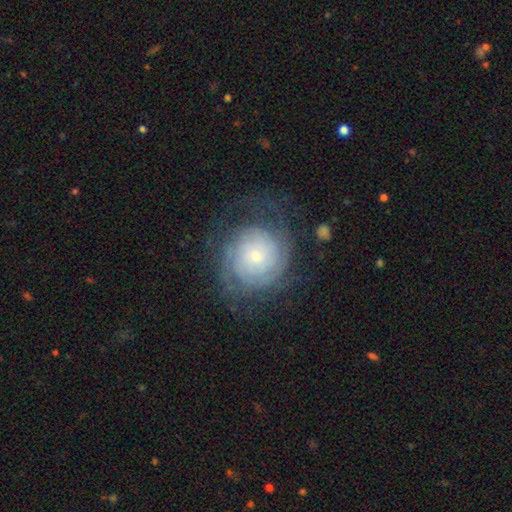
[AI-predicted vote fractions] The model was most divided on "spiral arm count": can't tell: 44%, 2: 23%, 3: 13%, 4: 9%, more than 4: 6%, 1: 6%. More confident: edge-on disk — no (97%); spiral arms — yes (91%); bar — no (80%); bulge size — small (74%); smooth or featured — featured or disk (73%); spiral winding — tight (73%); merging — none (67%).